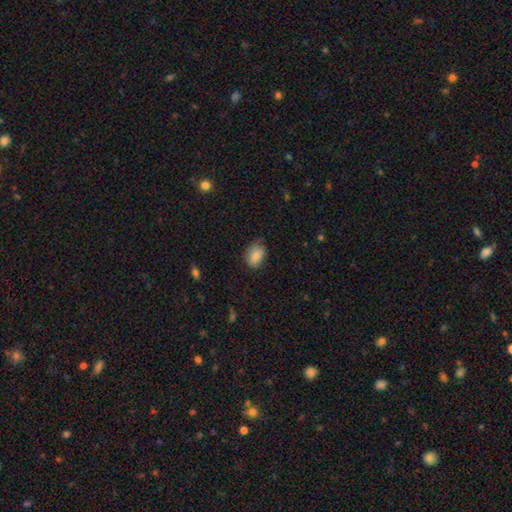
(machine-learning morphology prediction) Smooth or featured? smooth (82%)
How rounded? in between (84%)
Merging? none (59%)